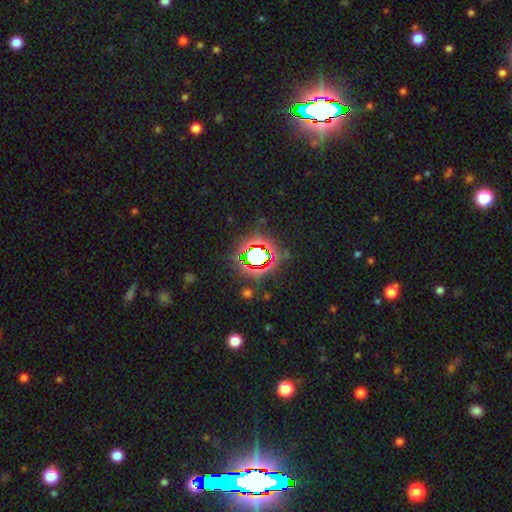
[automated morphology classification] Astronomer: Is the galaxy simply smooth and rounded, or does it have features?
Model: star or artifact — 71%.